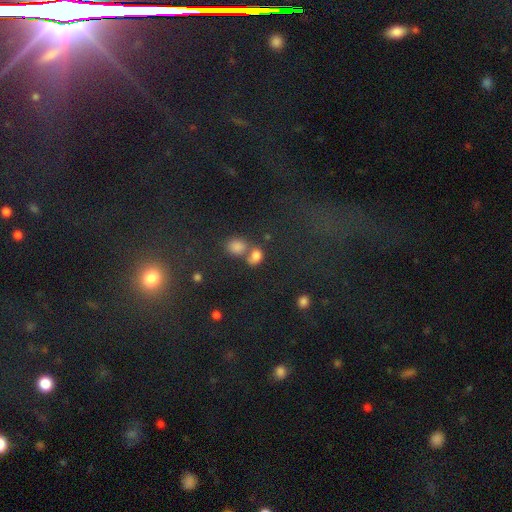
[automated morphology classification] A smooth galaxy with no disk features (74%) that is in between round and cigar-shaped (61%). Merging: merger (48%).